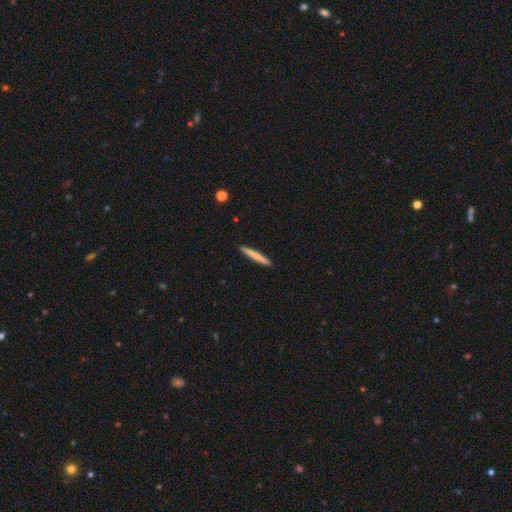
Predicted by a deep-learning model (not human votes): This appears to be a smooth galaxy with no disk features (68%) that is cigar-shaped (96%). Merging: none (92%).